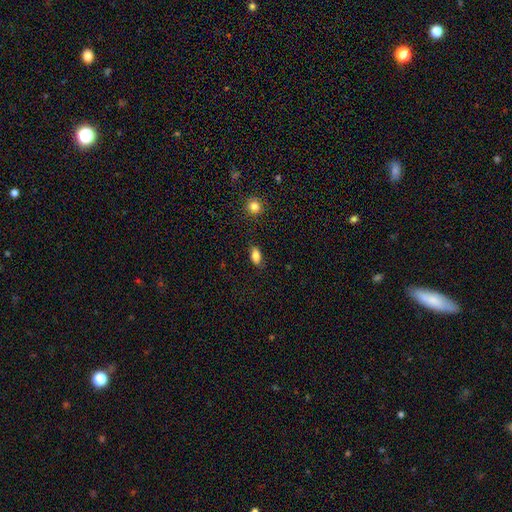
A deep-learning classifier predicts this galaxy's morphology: This appears to be a smooth galaxy with no disk features (83%) that is in between round and cigar-shaped (89%). Merging: none (85%).